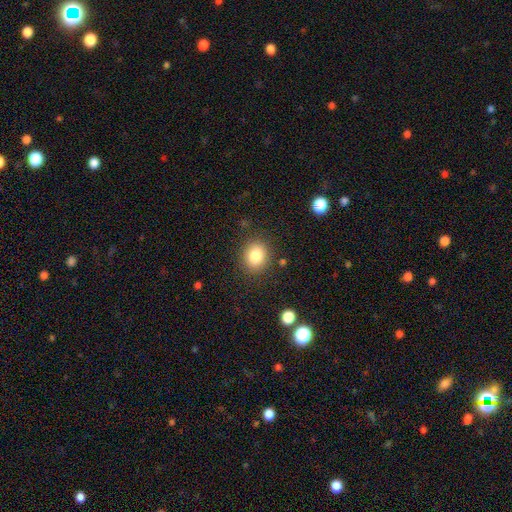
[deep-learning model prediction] This is clearly a smooth galaxy (83%). How rounded: likely round (69%). Merging: clearly none (86%).